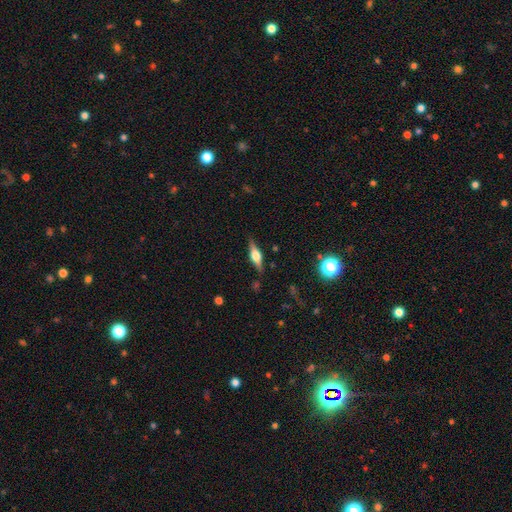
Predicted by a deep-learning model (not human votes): Q: Smooth or featured?
A: featured or disk (65%); runner-up: smooth (28%)
Q: Edge-on disk?
A: yes (95%); runner-up: no (5%)
Q: Edge-on bulge?
A: rounded (88%); runner-up: boxy (10%)
Q: Merging?
A: none (85%); runner-up: minor disturbance (11%)